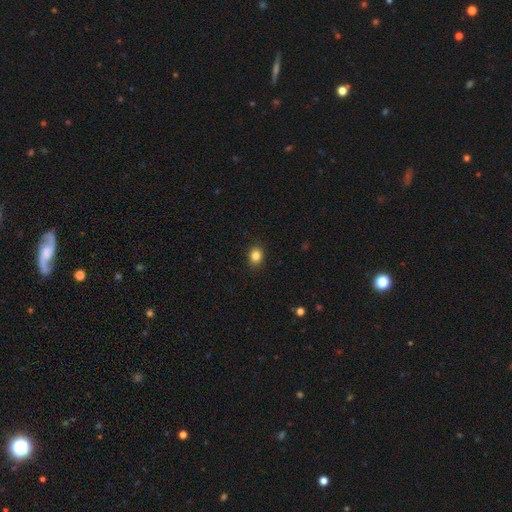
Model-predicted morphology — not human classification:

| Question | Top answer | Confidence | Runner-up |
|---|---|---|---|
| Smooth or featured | smooth | 84% | star or artifact (11%) |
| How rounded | round | 54% | in between (45%) |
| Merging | none | 89% | minor disturbance (8%) |